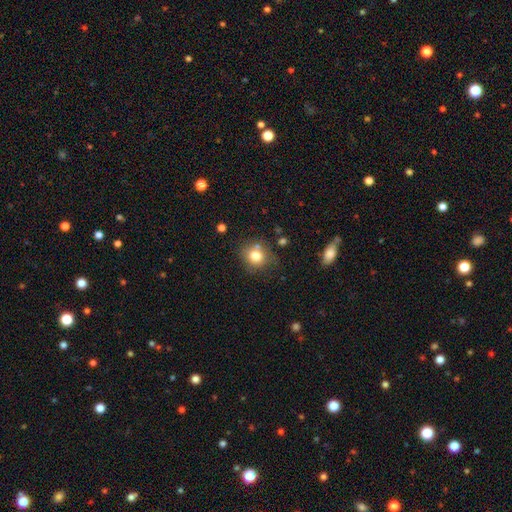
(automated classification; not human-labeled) Morphology: type=smooth (79%); roundness=round (77%); merging=none (68%).